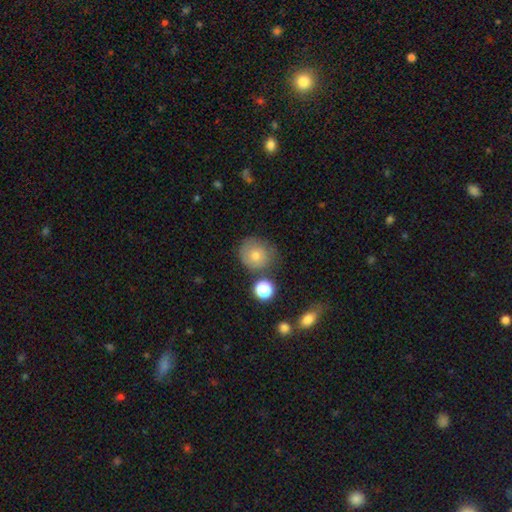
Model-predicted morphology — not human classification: Smooth or featured?
  - smooth: 71% *
  - featured or disk: 17%
  - star or artifact: 12%
How rounded?
  - round: 85% *
  - in between: 14%
  - cigar-shaped: 1%
Merging?
  - none: 70% *
  - minor disturbance: 19%
  - merger: 6%
  - major disturbance: 5%